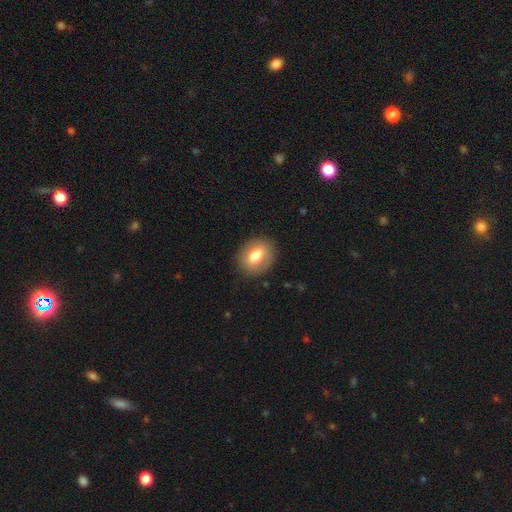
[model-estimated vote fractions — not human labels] Overall: smooth (71%). How rounded: in between (52%; round 47%). Merging: none (85%).